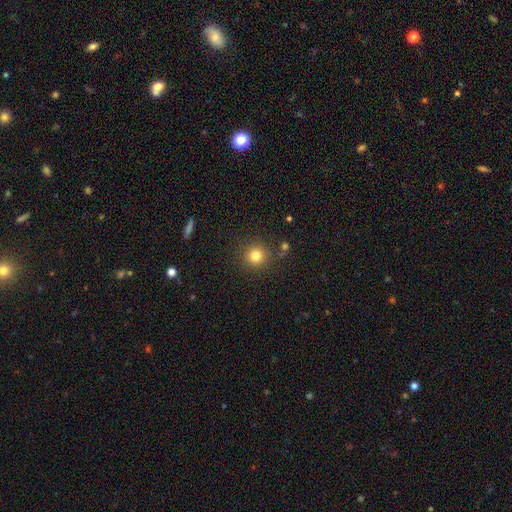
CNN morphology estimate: Q: Smooth or featured?
A: smooth (81%); runner-up: star or artifact (13%)
Q: How rounded?
A: round (93%); runner-up: in between (6%)
Q: Merging?
A: none (86%); runner-up: minor disturbance (8%)